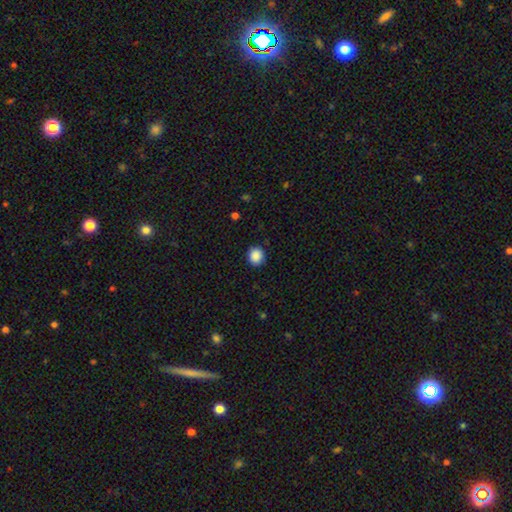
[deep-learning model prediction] smooth-or-featured: smooth: 89% | star or artifact: 9% | featured or disk: 3%
  how-rounded: round: 87% | in between: 12% | cigar-shaped: 1%
  merging: none: 90% | minor disturbance: 7% | major disturbance: 2% | merger: 1%